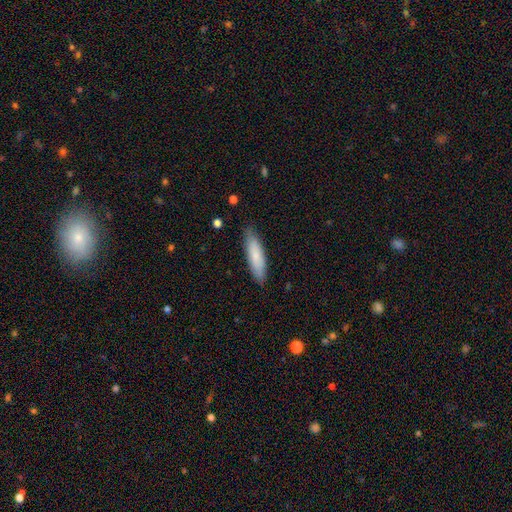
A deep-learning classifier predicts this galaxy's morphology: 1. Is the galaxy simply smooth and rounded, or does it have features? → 78% smooth, 16% featured or disk, 6% star or artifact.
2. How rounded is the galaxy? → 65% cigar-shaped, 33% in between, 1% round.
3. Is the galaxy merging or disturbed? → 86% none, 11% minor disturbance, 2% major disturbance, 1% merger.